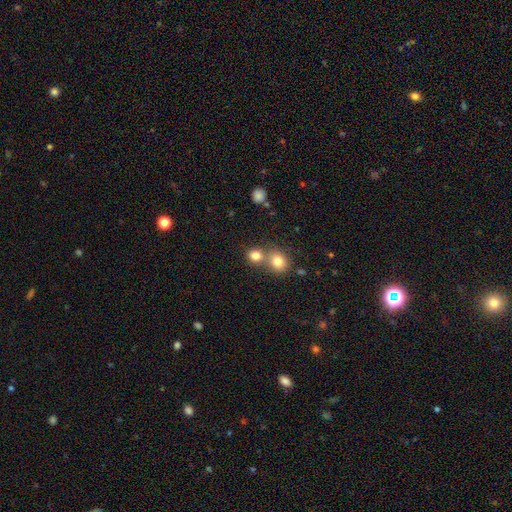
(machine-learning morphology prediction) This appears to be a smooth galaxy with no disk features (80%) that is round (80%). Merging: none (49%).